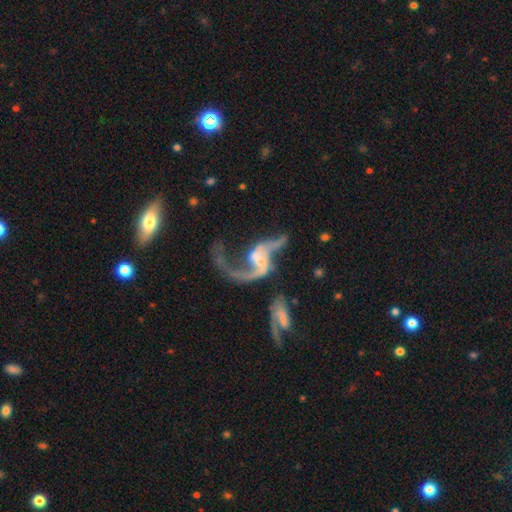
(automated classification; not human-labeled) Smooth or featured? featured or disk (88%)
Edge-on disk? no (97%)
Bar? weak (43%)
Spiral arms? yes (91%)
Spiral winding? loose (85%)
Spiral arm count? 2 (81%)
Bulge size? small (50%)
Merging? merger (30%)